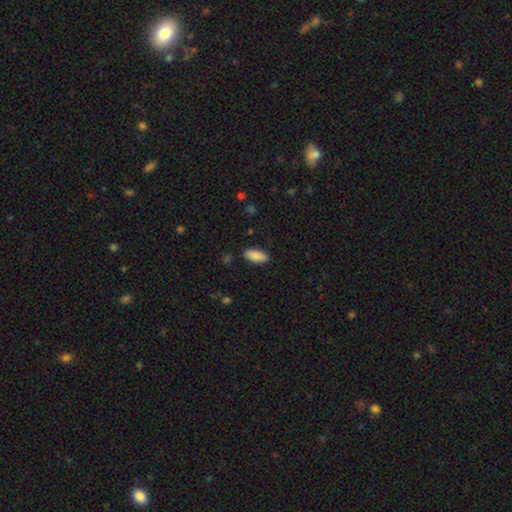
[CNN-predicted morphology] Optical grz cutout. It shows a smooth galaxy with no disk features (88%) that is in between round and cigar-shaped (88%). Merging: none (87%).